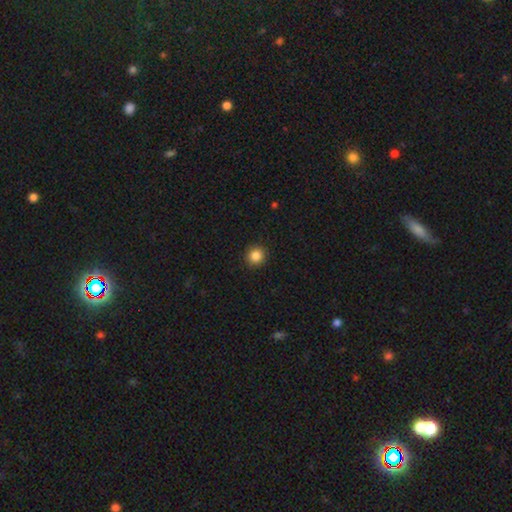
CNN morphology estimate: A smooth galaxy with no disk features (86%) that is round (92%). Merging: none (92%).